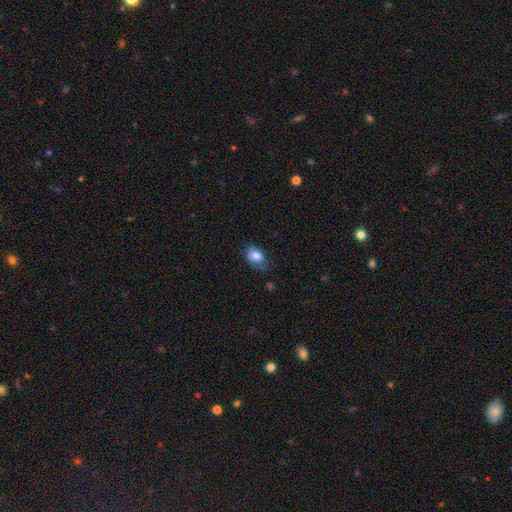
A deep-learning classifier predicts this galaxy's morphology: Smooth or featured? smooth (80%)
How rounded? in between (84%)
Merging? none (56%)